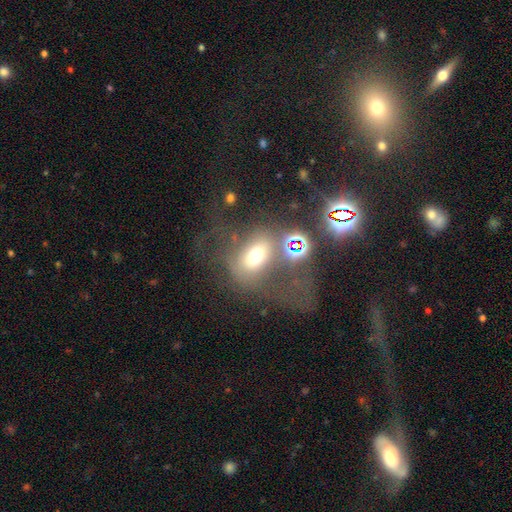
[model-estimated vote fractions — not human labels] Smooth or featured: smooth — 57% (featured or disk — 24%)
How rounded: in between — 65% (round — 33%)
Merging: none — 37% (major disturbance — 35%)